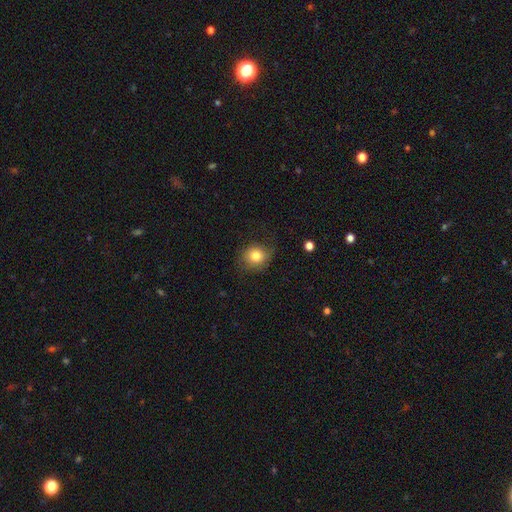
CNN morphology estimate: Q: Smooth or featured?
A: smooth (80%); runner-up: featured or disk (10%)
Q: How rounded?
A: round (76%); runner-up: in between (23%)
Q: Merging?
A: none (68%); runner-up: minor disturbance (22%)